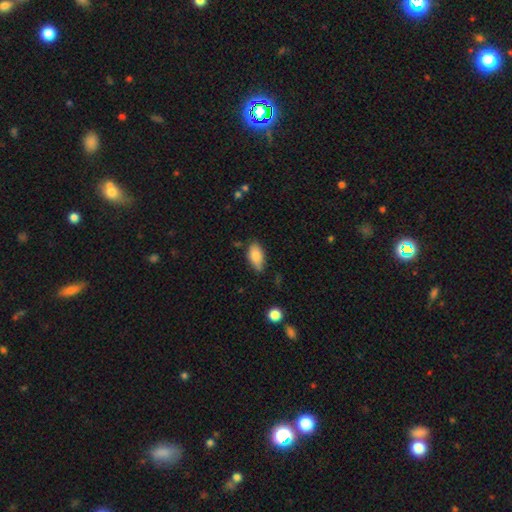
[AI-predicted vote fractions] smooth-or-featured: smooth: 85% | featured or disk: 8% | star or artifact: 7%
  how-rounded: in between: 92% | cigar-shaped: 4% | round: 4%
  merging: none: 71% | minor disturbance: 22% | major disturbance: 4% | merger: 3%